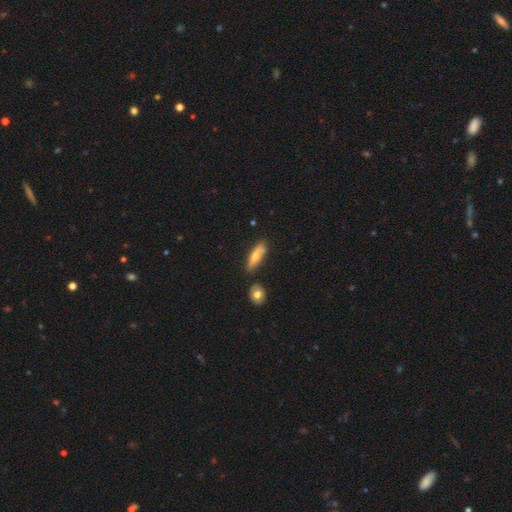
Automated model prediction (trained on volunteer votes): Smooth or featured? smooth (64%)
How rounded? cigar-shaped (60%)
Merging? none (71%)